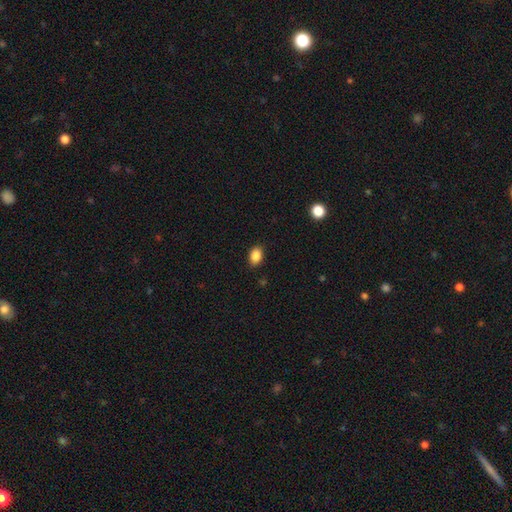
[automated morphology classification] Overall: smooth (87%). How rounded: in between (79%). Merging: none (87%).